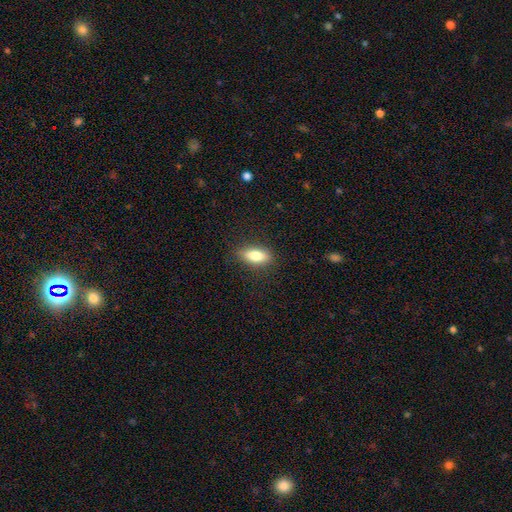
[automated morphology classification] A smooth galaxy with no disk features (79%) that is in between round and cigar-shaped (76%). Merging: none (86%).